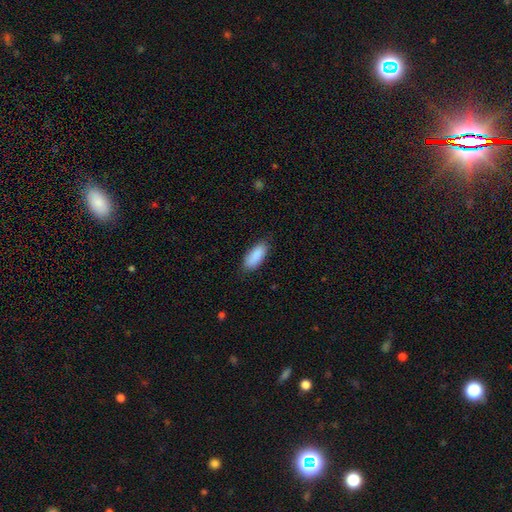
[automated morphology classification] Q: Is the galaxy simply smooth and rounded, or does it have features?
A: smooth — 90%.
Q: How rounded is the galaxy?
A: in between — 85%.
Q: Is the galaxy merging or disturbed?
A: none — 82%.